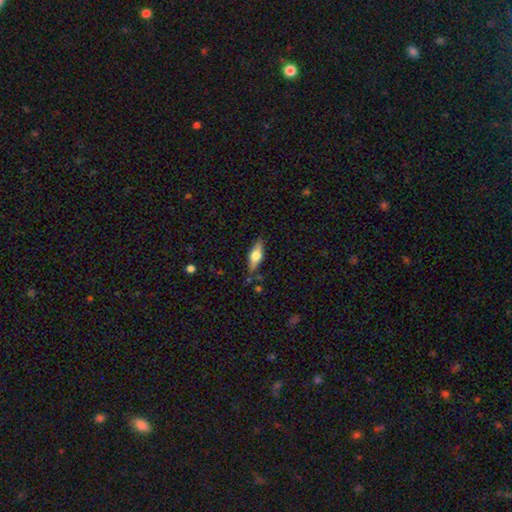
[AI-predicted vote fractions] smooth_or_featured: smooth (p=0.53) [alt: featured or disk p=0.41]
how_rounded: in between (p=0.60) [alt: cigar-shaped p=0.37]
merging: none (p=0.81) [alt: minor disturbance p=0.13]